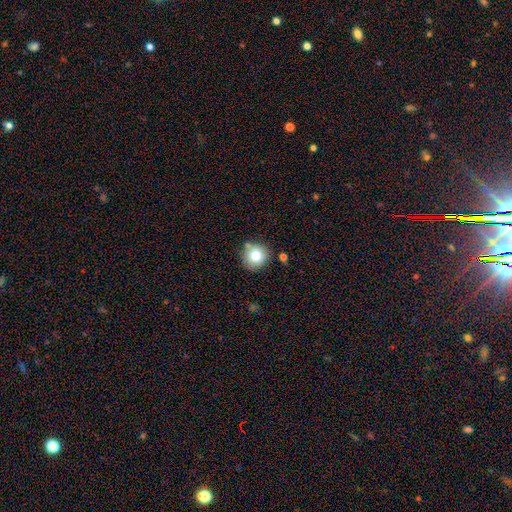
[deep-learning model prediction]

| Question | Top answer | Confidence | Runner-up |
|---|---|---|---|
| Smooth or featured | smooth | 79% | featured or disk (11%) |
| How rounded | round | 89% | in between (10%) |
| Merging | none | 76% | minor disturbance (13%) |